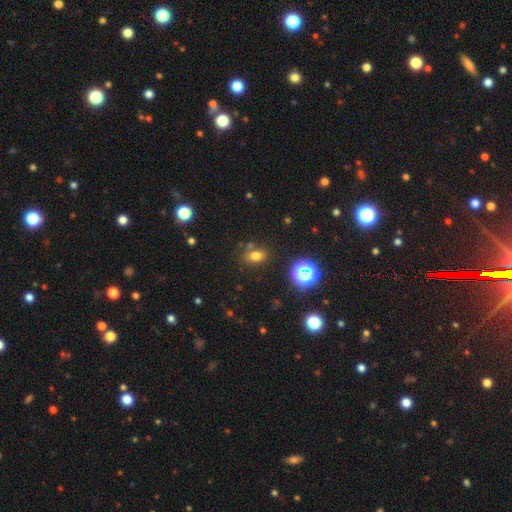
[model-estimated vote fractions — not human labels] This is likely a smooth galaxy (71%). How rounded: likely in between (68%). Merging: likely none (74%).